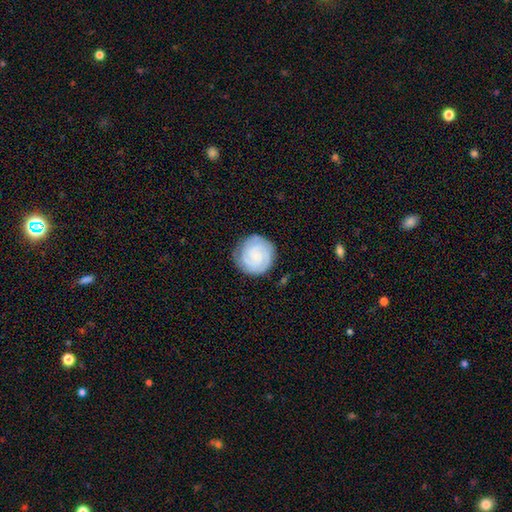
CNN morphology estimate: Smooth or featured? featured or disk (69%)
Edge-on disk? no (98%)
Bar? no (69%)
Spiral arms? yes (96%)
Spiral winding? tight (78%)
Spiral arm count? 2 (28%)
Bulge size? small (52%)
Merging? none (81%)